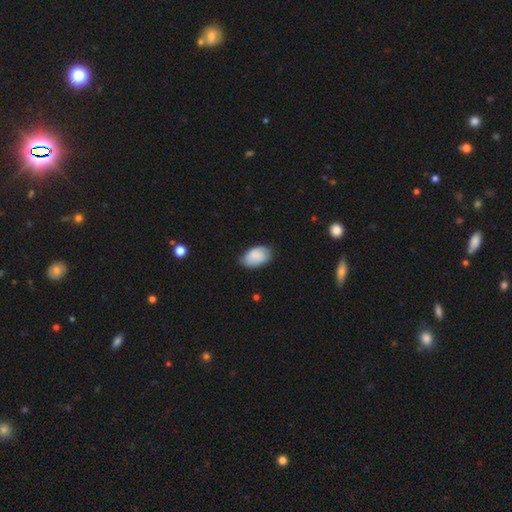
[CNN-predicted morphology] smooth-or-featured: smooth: 84% | featured or disk: 10% | star or artifact: 7%
  how-rounded: in between: 90% | round: 9% | cigar-shaped: 1%
  merging: none: 69% | minor disturbance: 26% | major disturbance: 4% | merger: 1%